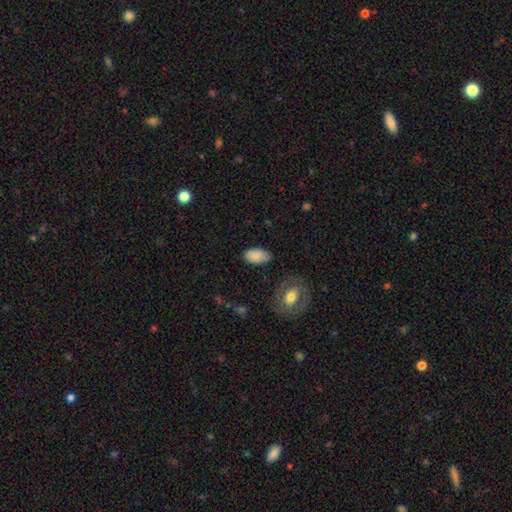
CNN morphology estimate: A smooth galaxy with no disk features (86%) that is in between round and cigar-shaped (94%).

Vote fractions:
- Smooth or featured? smooth: 86% / star or artifact: 7% / featured or disk: 7%
- How rounded? in between: 94% / round: 4% / cigar-shaped: 2%
- Merging? none: 78% / minor disturbance: 16% / major disturbance: 4% / merger: 2%